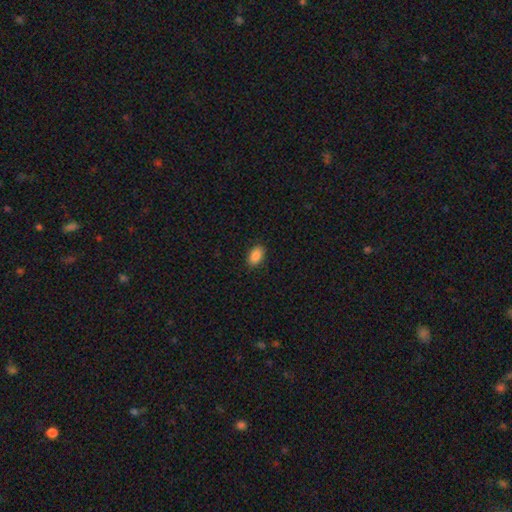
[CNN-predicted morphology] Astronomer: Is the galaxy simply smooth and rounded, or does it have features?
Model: smooth — 89%.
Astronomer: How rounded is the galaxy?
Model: in between — 92%.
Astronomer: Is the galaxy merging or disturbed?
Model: none — 88%.